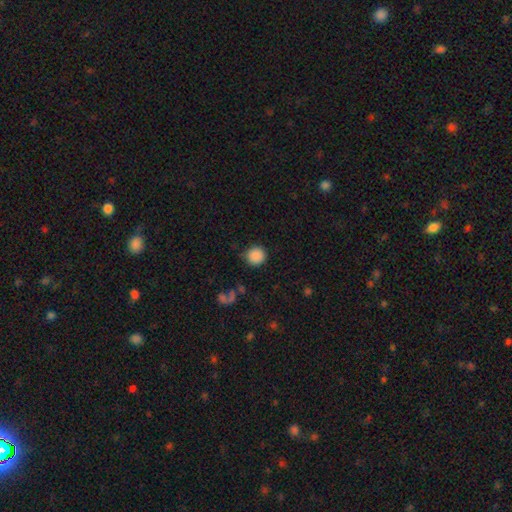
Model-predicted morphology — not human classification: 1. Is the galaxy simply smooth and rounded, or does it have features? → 87% smooth, 9% star or artifact, 4% featured or disk.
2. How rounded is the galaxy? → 94% round, 5% in between, 1% cigar-shaped.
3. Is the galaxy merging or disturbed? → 84% none, 10% minor disturbance, 4% major disturbance, 3% merger.